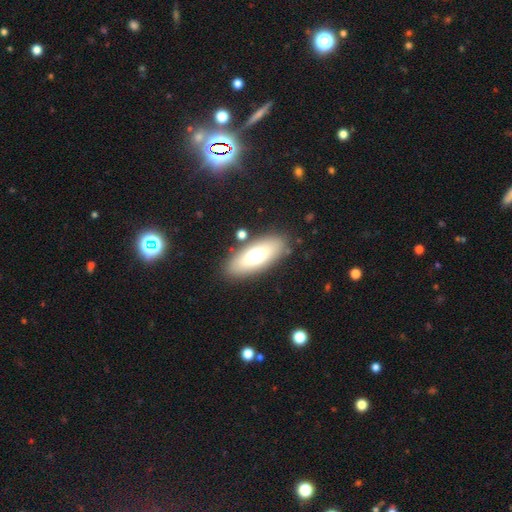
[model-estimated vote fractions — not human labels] Smooth or featured? Predicted: smooth (p=0.67). How rounded? Predicted: in between (p=0.76). Merging? Predicted: none (p=0.83).